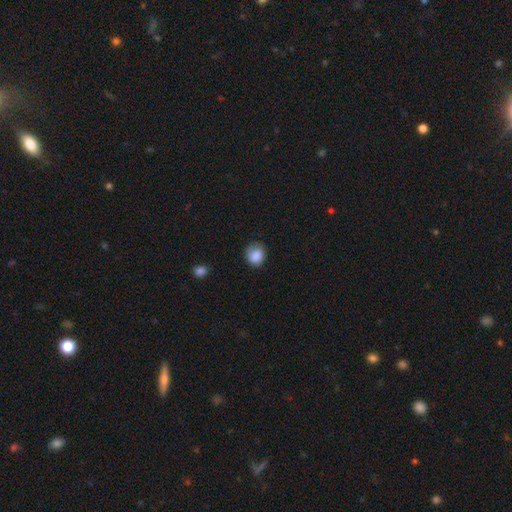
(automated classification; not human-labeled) Smooth or featured? Predicted: smooth (p=0.86). How rounded? Predicted: round (p=0.71). Merging? Predicted: none (p=0.71).